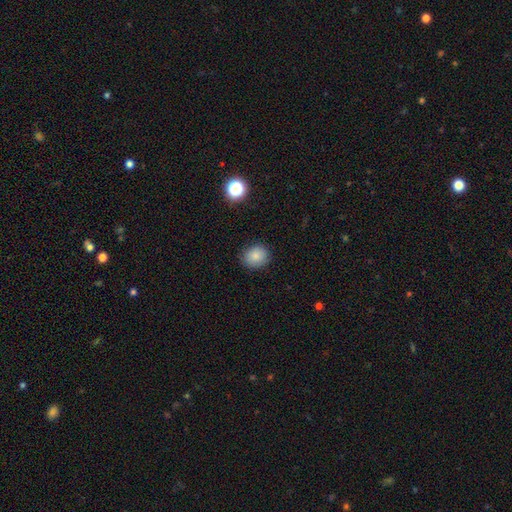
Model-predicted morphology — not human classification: Smooth or featured: smooth — 84% (star or artifact — 11%)
How rounded: round — 69% (in between — 31%)
Merging: none — 87% (minor disturbance — 10%)